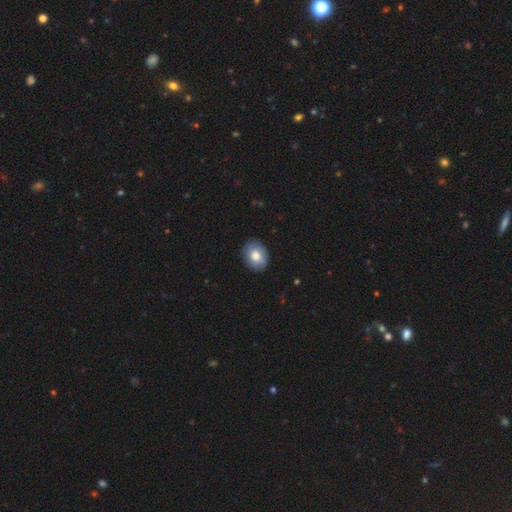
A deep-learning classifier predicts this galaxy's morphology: smooth 77%, featured or disk 15%, star or artifact 7%. Down the decision tree: how rounded — in between (59%); merging — none (85%).